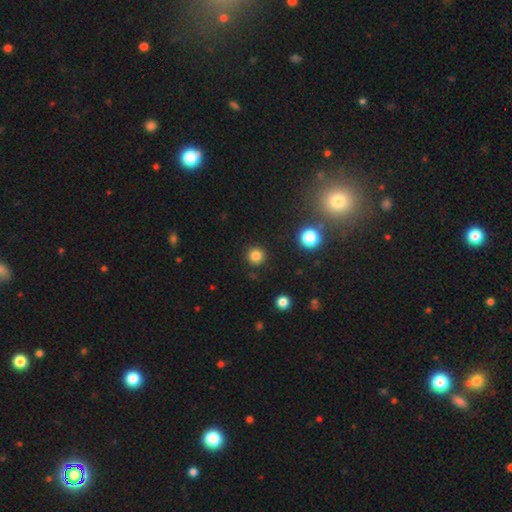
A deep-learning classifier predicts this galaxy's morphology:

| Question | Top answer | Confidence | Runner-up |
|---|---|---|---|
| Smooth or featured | smooth | 82% | star or artifact (13%) |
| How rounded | round | 95% | in between (4%) |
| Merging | none | 91% | minor disturbance (6%) |